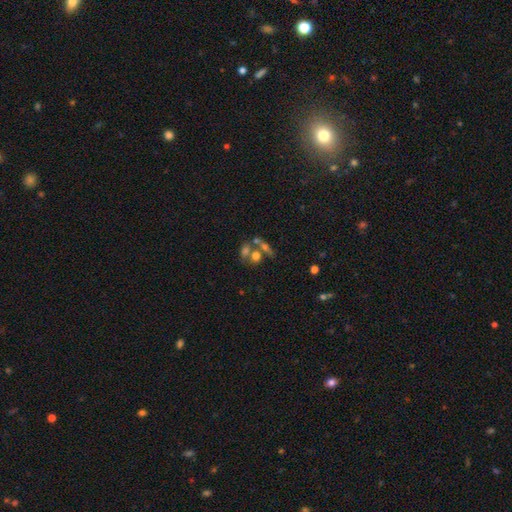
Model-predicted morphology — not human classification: This appears to be a smooth galaxy with no disk features (53%) that is round (48%). Merging: merger (48%).